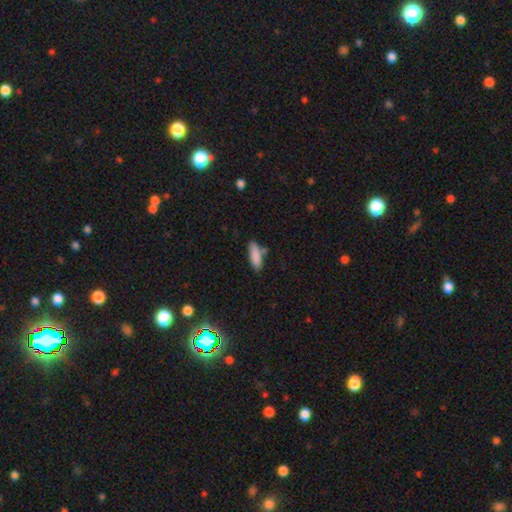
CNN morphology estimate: type=smooth (86%); roundness=cigar-shaped (54%); merging=none (69%).